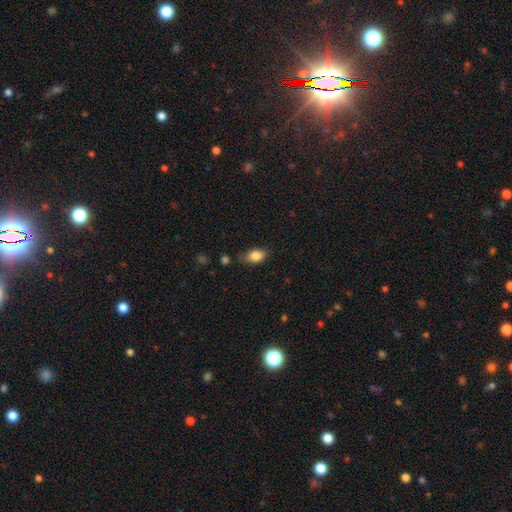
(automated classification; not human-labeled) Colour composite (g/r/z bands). It shows a smooth galaxy with no disk features (86%) that is in between round and cigar-shaped (82%). Merging: none (65%).